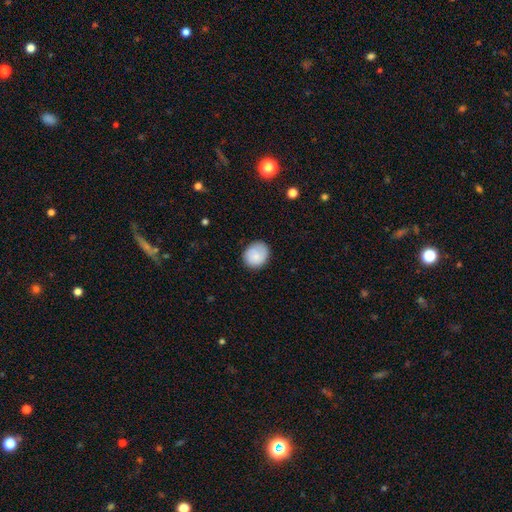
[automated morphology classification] Q: Smooth or featured?
A: smooth (84%); runner-up: featured or disk (9%)
Q: How rounded?
A: round (72%); runner-up: in between (27%)
Q: Merging?
A: none (82%); runner-up: minor disturbance (14%)